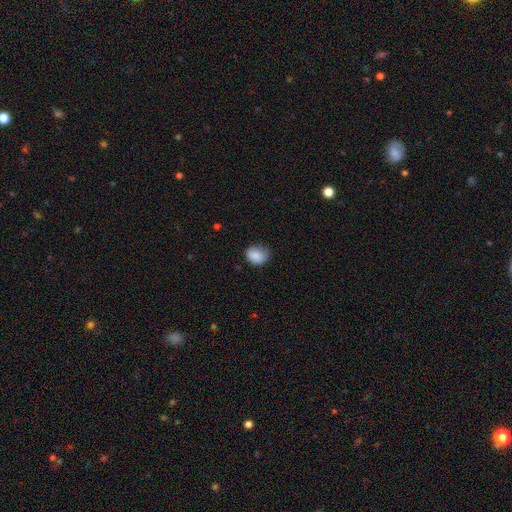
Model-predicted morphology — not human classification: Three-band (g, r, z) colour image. It shows a smooth galaxy with no disk features (86%) that is round (54%). Merging: none (67%).